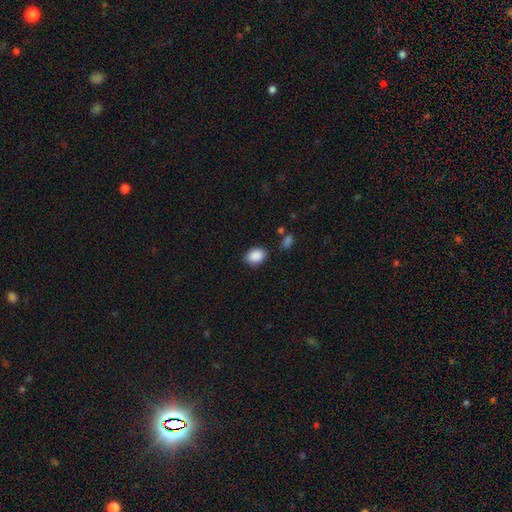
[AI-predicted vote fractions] Overall: smooth (89%). How rounded: in between (74%). Merging: none (81%).